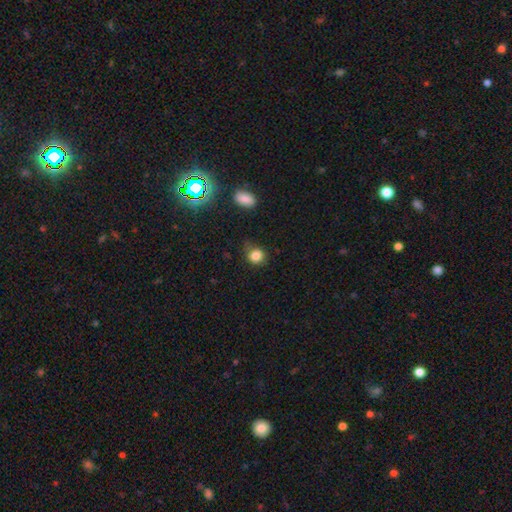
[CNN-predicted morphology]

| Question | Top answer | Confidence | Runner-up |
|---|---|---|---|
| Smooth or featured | smooth | 83% | star or artifact (11%) |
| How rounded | round | 72% | in between (27%) |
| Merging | none | 66% | minor disturbance (25%) |